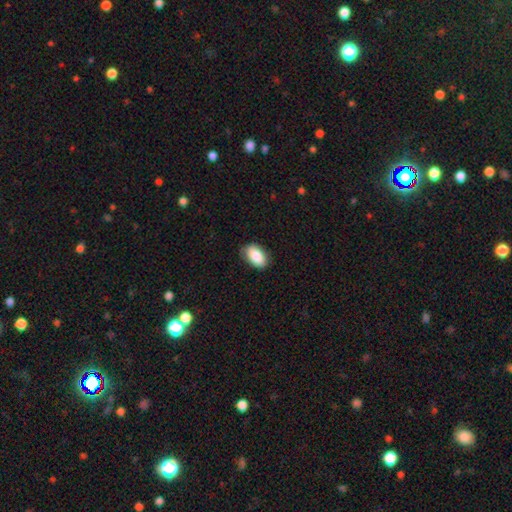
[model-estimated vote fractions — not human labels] smooth_or_featured: smooth (p=0.85) [alt: featured or disk p=0.08]
how_rounded: in between (p=0.92) [alt: round p=0.06]
merging: none (p=0.80) [alt: minor disturbance p=0.16]